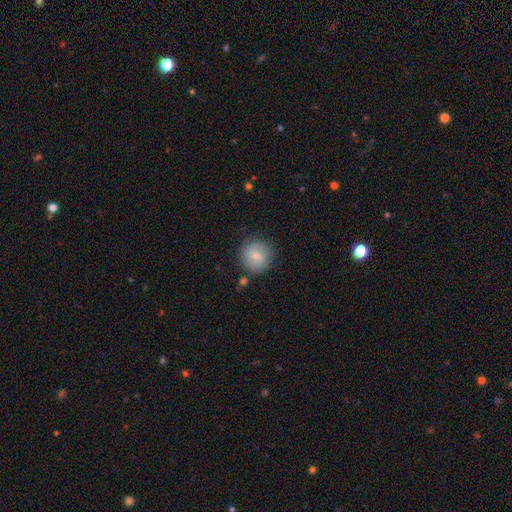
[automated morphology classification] Q: Smooth or featured?
A: smooth (80%); runner-up: featured or disk (12%)
Q: How rounded?
A: round (92%); runner-up: in between (7%)
Q: Merging?
A: none (82%); runner-up: minor disturbance (12%)